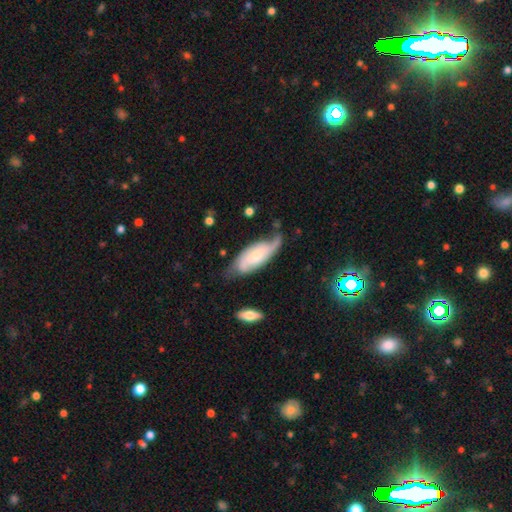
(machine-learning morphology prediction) smooth-or-featured: featured or disk: 66% | smooth: 28% | star or artifact: 6%
  disk-edge-on: no: 89% | yes: 11%
    bar: no: 60% | weak: 31% | strong: 9%
    has-spiral-arms: yes: 92% | no: 8%
      spiral-winding: medium: 40% | loose: 31% | tight: 29%
      spiral-arm-count: 2: 69% | can't tell: 15% | 1: 10% | 3: 4% | 4: 1% | more than 4: 1%
    bulge-size: small: 55% | moderate: 28% | none: 9% | large: 6% | dominant: 2%
  merging: none: 51% | minor disturbance: 30% | major disturbance: 15% | merger: 4%